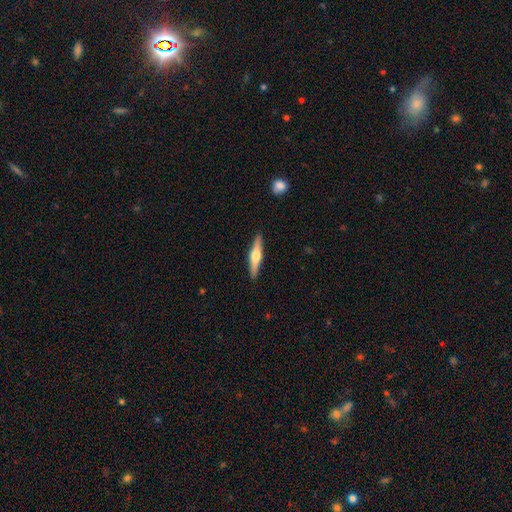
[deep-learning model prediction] Morphology: type=featured or disk (58%); edge-on=yes (96%); edge-on bulge=rounded (92%); merging=none (91%).